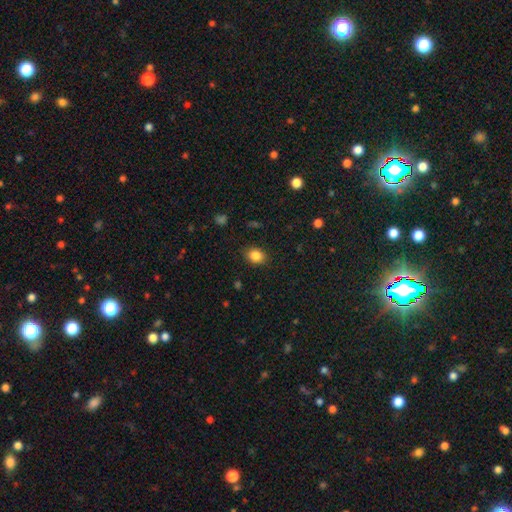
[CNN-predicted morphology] type=smooth (86%); roundness=in between (56%); merging=none (87%).